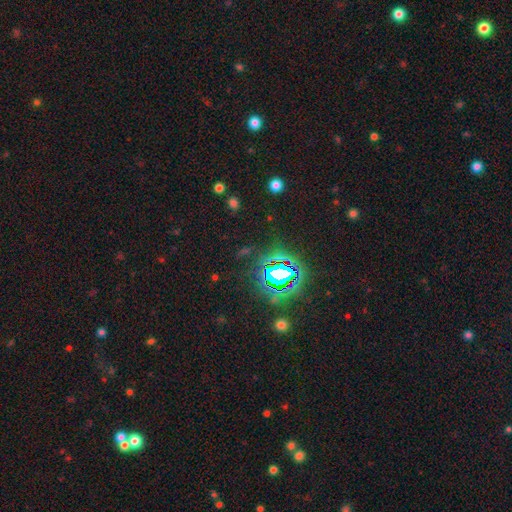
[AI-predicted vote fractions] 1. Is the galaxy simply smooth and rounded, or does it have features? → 81% star or artifact, 12% smooth, 7% featured or disk.